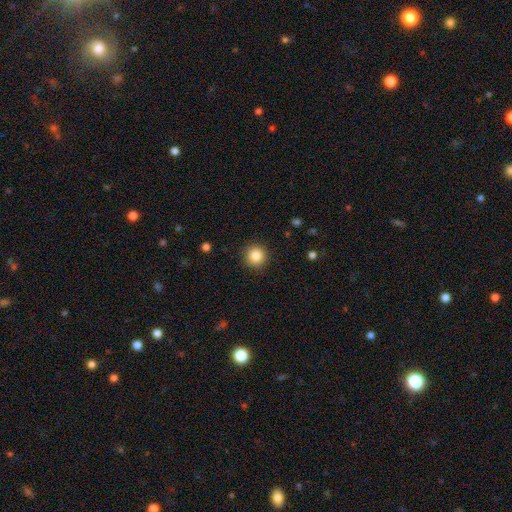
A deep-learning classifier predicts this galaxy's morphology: type=smooth (85%); roundness=round (94%); merging=none (91%).